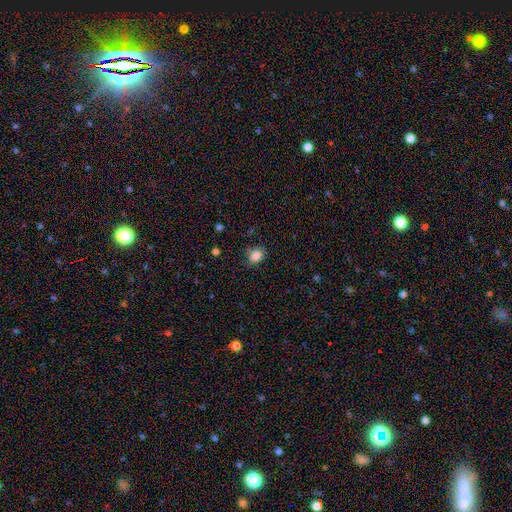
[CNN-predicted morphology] Overall: smooth (84%). How rounded: in between (57%; round 42%). Merging: none (72%).